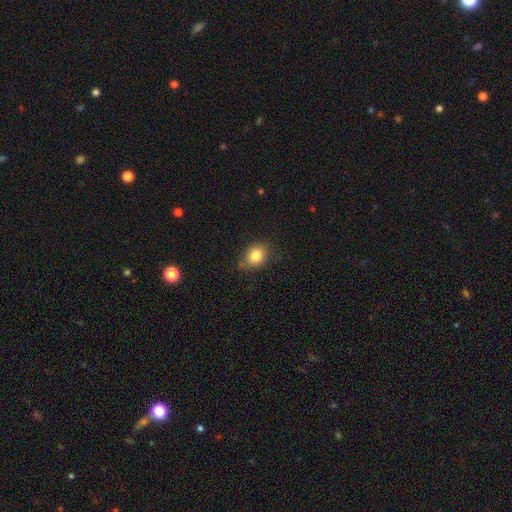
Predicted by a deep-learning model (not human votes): Smooth or featured?
  - smooth: 83% *
  - star or artifact: 10%
  - featured or disk: 7%
How rounded?
  - round: 53% *
  - in between: 46%
  - cigar-shaped: 1%
Merging?
  - none: 74% *
  - minor disturbance: 20%
  - major disturbance: 4%
  - merger: 2%